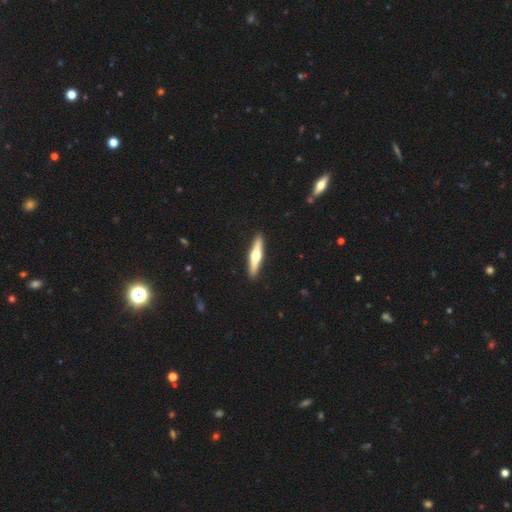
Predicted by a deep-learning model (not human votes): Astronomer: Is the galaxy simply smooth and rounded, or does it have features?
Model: featured or disk — 60%.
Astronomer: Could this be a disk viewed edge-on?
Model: yes — 96%.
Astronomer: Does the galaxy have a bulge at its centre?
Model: rounded — 95%.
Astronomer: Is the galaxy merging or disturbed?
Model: none — 92%.